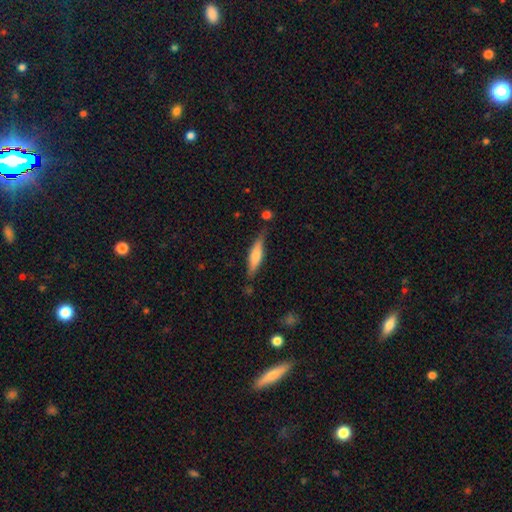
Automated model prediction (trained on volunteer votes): smooth-or-featured: smooth: 55% | featured or disk: 39% | star or artifact: 6%
  how-rounded: cigar-shaped: 71% | in between: 27% | round: 2%
  merging: none: 75% | minor disturbance: 18% | major disturbance: 4% | merger: 4%